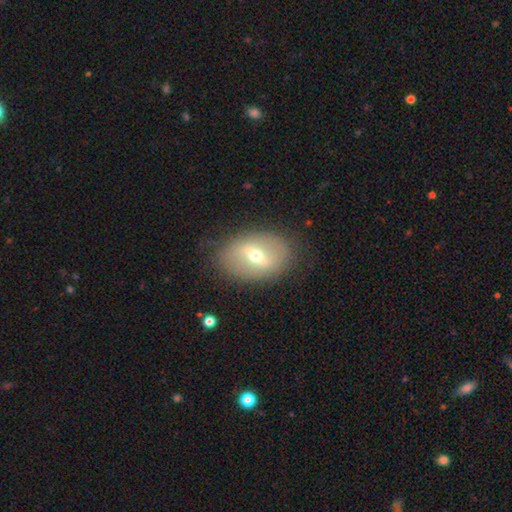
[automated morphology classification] type=featured or disk (56%); edge-on=no (88%); merging=none (83%).